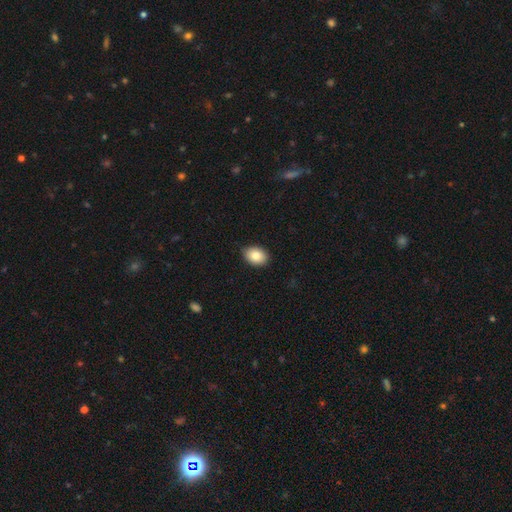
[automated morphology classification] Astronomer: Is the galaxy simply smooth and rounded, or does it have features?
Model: smooth — 84%.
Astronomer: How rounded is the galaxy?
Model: in between — 77%.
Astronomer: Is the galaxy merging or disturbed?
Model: none — 87%.